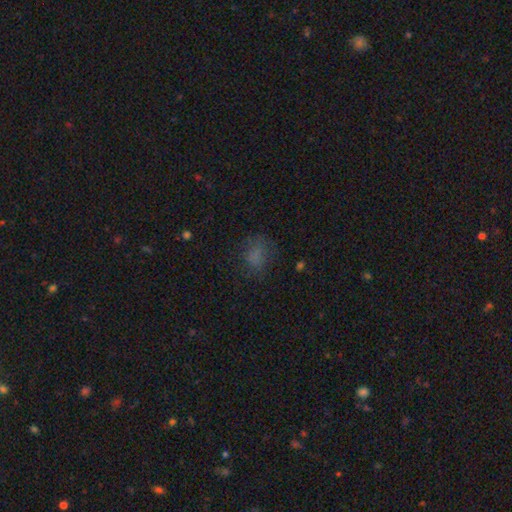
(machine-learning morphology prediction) A smooth galaxy with no disk features (68%) that is in between round and cigar-shaped (56%).

Vote fractions:
- Smooth or featured? smooth: 68% / star or artifact: 19% / featured or disk: 13%
- How rounded? in between: 56% / round: 42% / cigar-shaped: 2%
- Merging? none: 62% / minor disturbance: 20% / major disturbance: 15% / merger: 2%